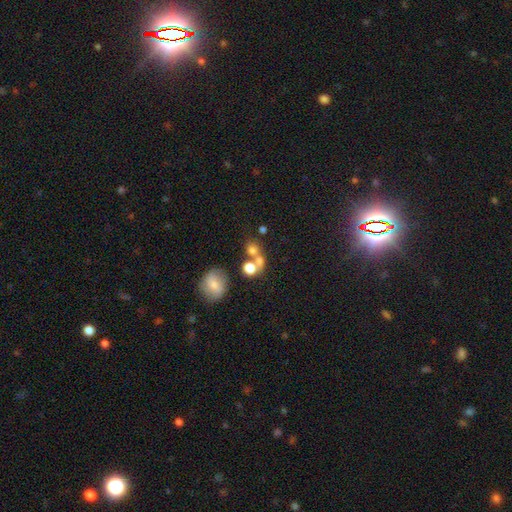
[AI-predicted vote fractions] Smooth or featured? Predicted: smooth (p=0.66). How rounded? Predicted: round (p=0.76). Merging? Predicted: merger (p=0.46).